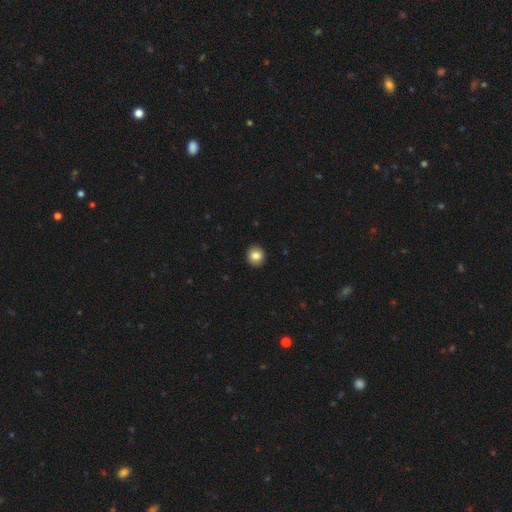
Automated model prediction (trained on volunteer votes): A smooth galaxy with no disk features (84%) that is round (84%). Merging: none (92%).